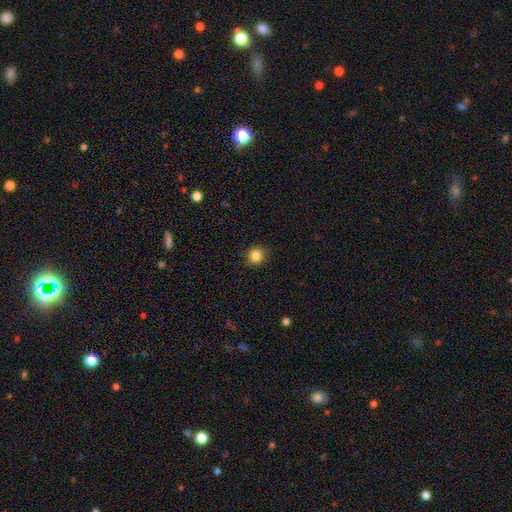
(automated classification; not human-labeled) This appears to be a smooth galaxy with no disk features (85%) that is round (85%). Merging: none (87%).